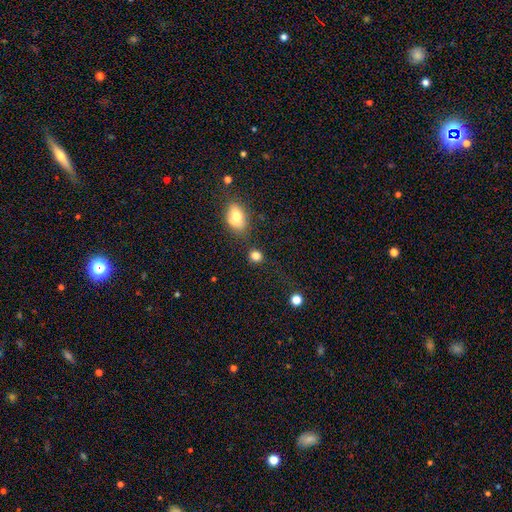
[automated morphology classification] This appears to be a smooth galaxy with no disk features (82%) that is round (77%). Merging: none (78%).